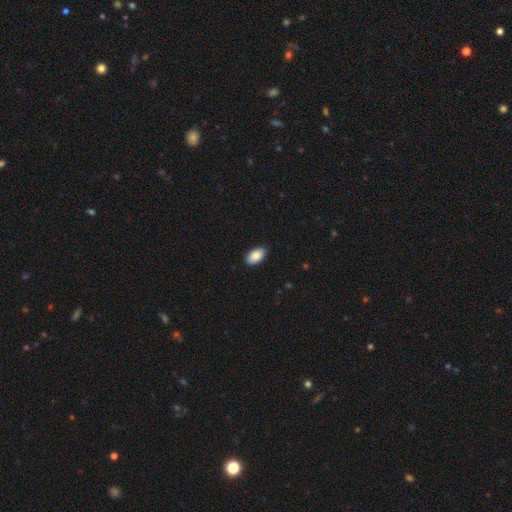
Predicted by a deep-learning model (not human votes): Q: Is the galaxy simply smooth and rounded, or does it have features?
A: smooth — 86%.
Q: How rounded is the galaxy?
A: in between — 94%.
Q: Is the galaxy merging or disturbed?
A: none — 88%.